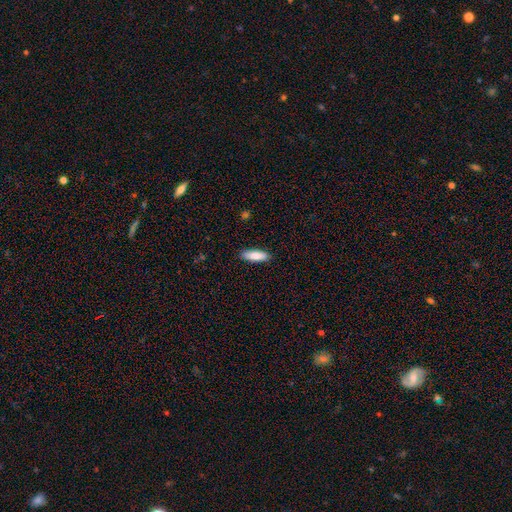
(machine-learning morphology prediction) smooth 84%, featured or disk 10%, star or artifact 6%. Down the decision tree: how rounded — in between (55%); merging — none (89%).